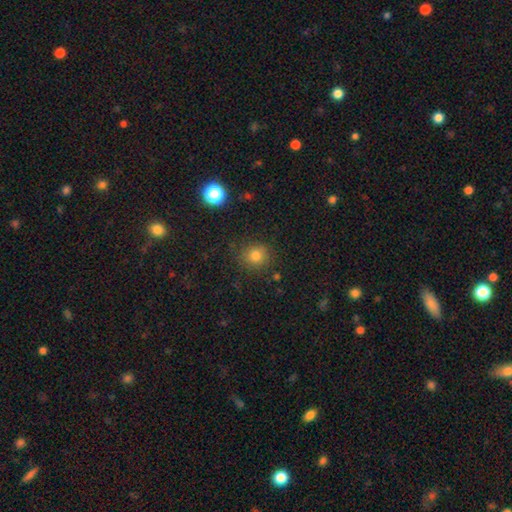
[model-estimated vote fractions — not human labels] Morphology: type=smooth (79%); roundness=round (87%); merging=none (85%).